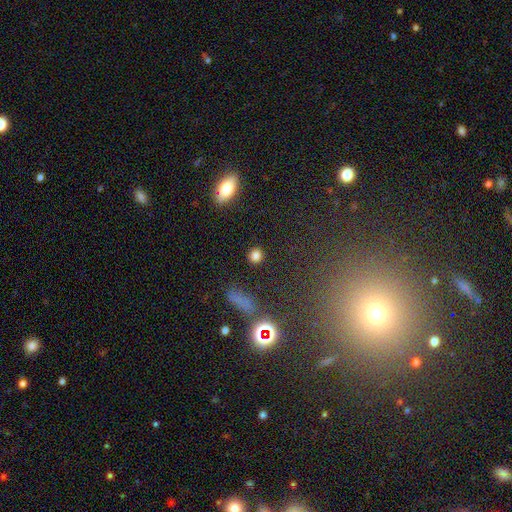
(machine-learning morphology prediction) Smooth or featured?
  - smooth: 81% *
  - star or artifact: 14%
  - featured or disk: 5%
How rounded?
  - round: 84% *
  - in between: 14%
  - cigar-shaped: 2%
Merging?
  - none: 88% *
  - minor disturbance: 7%
  - major disturbance: 3%
  - merger: 2%